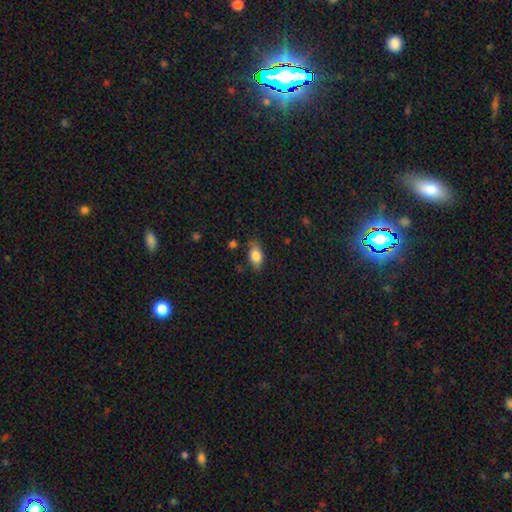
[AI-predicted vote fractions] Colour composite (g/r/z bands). It shows a smooth galaxy with no disk features (82%) that is in between round and cigar-shaped (88%). Merging: none (78%).